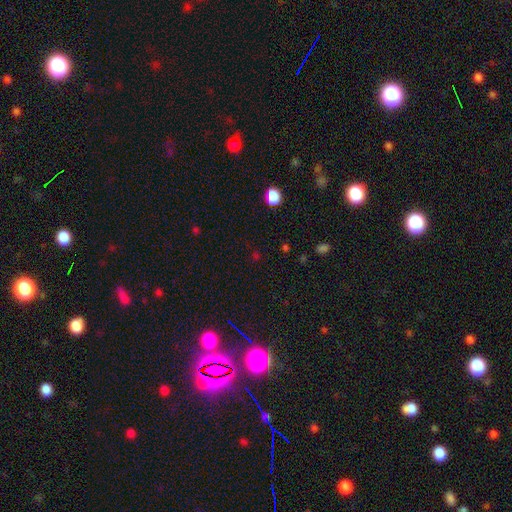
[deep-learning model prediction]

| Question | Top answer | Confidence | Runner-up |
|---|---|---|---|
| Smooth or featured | star or artifact | 56% | smooth (38%) |